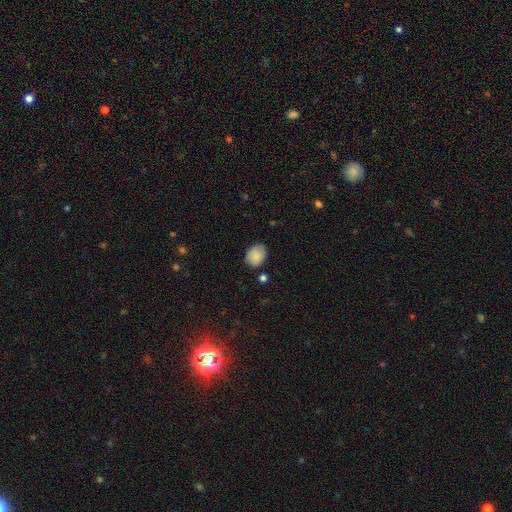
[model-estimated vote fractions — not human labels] smooth 87%, star or artifact 7%, featured or disk 5%. Down the decision tree: how rounded — in between (58%); merging — none (78%).